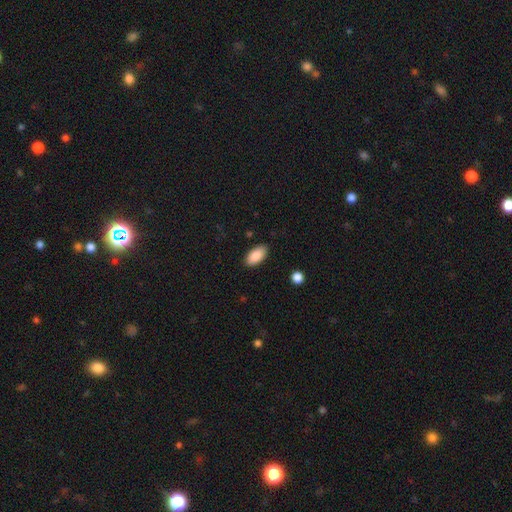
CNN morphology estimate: This appears to be a smooth galaxy with no disk features (89%) that is in between round and cigar-shaped (95%). Merging: none (88%).